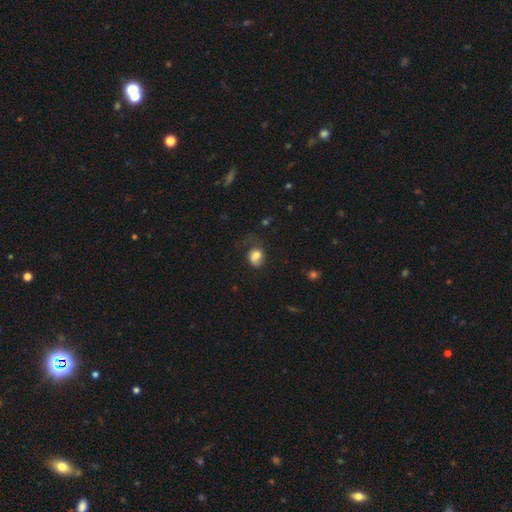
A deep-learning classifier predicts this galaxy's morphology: This appears to be a smooth galaxy with no disk features (65%) that is in between round and cigar-shaped (54%). Merging: major disturbance (35%).